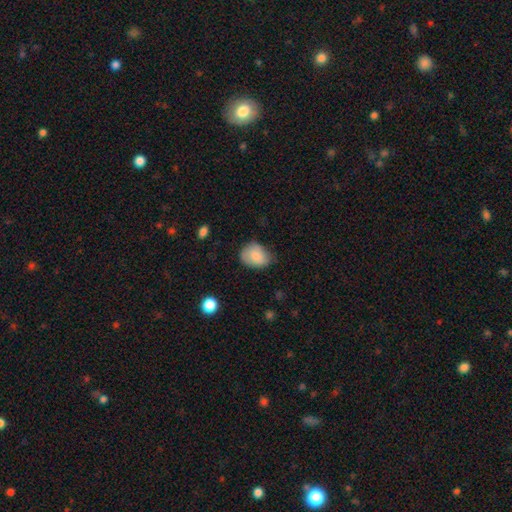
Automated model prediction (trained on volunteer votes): This is clearly a smooth galaxy (83%). How rounded: likely in between (61%). Merging: possibly none (54%).